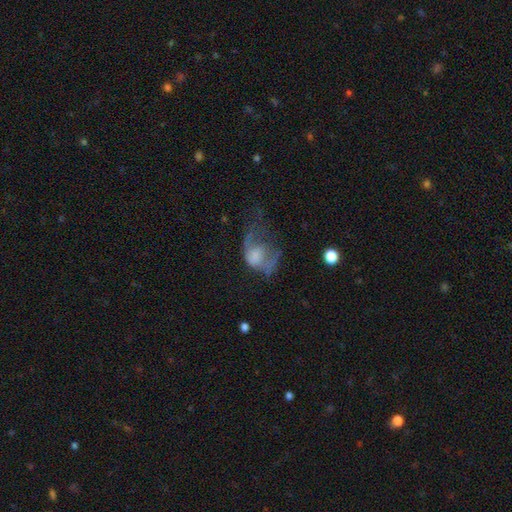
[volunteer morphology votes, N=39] Smooth or featured?
  - smooth: 51% *
  - featured or disk: 38%
  - star or artifact: 10%
How rounded?
  - round: 55% *
  - in between: 45%
  - cigar-shaped: 0%
Merging?
  - major disturbance: 66% *
  - none: 20%
  - minor disturbance: 9%
  - merger: 6%